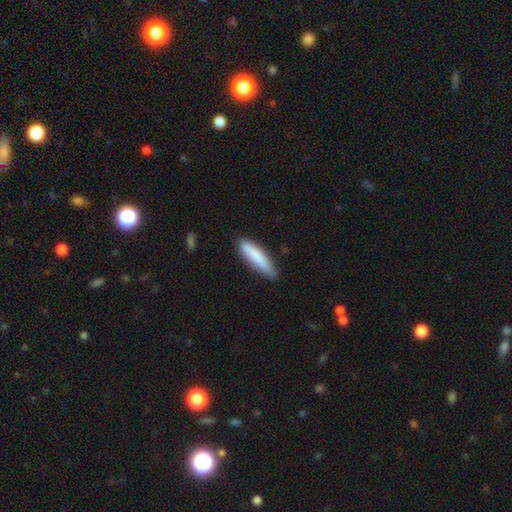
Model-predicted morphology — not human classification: Smooth or featured?
  - smooth: 83% *
  - featured or disk: 11%
  - star or artifact: 6%
How rounded?
  - cigar-shaped: 78% *
  - in between: 21%
  - round: 1%
Merging?
  - none: 78% *
  - minor disturbance: 17%
  - major disturbance: 3%
  - merger: 2%